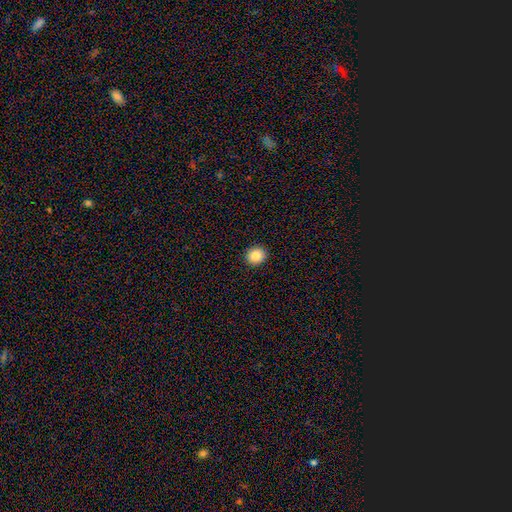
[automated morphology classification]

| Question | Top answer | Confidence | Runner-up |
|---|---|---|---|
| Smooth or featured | smooth | 86% | star or artifact (10%) |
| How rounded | round | 78% | in between (21%) |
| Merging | none | 93% | minor disturbance (5%) |